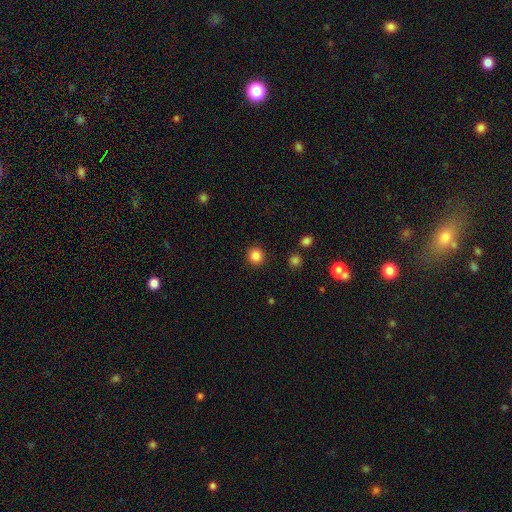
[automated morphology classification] This appears to be a smooth galaxy with no disk features (86%) that is round (94%). Merging: none (92%).